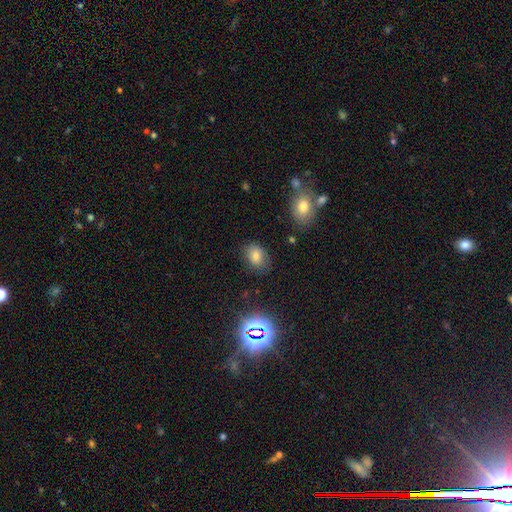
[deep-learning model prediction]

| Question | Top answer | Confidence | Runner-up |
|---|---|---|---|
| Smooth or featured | smooth | 73% | star or artifact (17%) |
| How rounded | in between | 69% | round (30%) |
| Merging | none | 76% | minor disturbance (17%) |